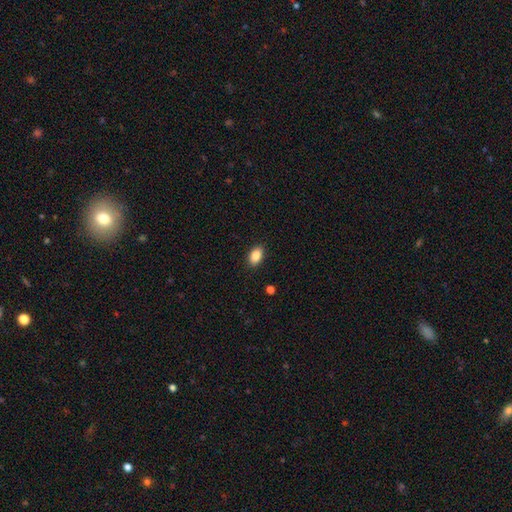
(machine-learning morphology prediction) A smooth galaxy with no disk features (88%) that is in between round and cigar-shaped (89%).

Vote fractions:
- Smooth or featured? smooth: 88% / star or artifact: 8% / featured or disk: 4%
- How rounded? in between: 89% / round: 10% / cigar-shaped: 2%
- Merging? none: 89% / minor disturbance: 8% / major disturbance: 2% / merger: 1%